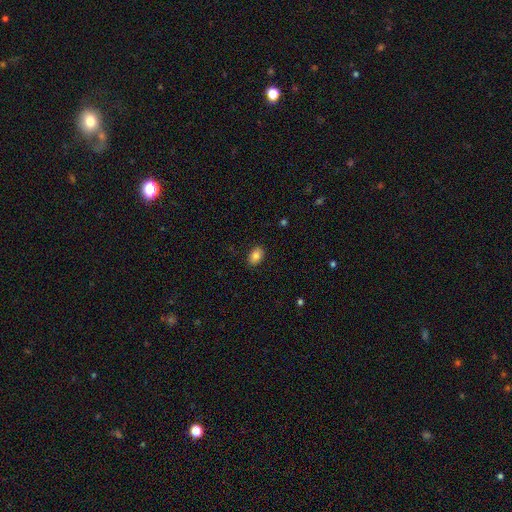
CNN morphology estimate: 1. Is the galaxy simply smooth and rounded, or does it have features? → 84% smooth, 8% star or artifact, 7% featured or disk.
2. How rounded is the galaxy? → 85% in between, 14% round, 1% cigar-shaped.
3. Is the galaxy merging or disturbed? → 88% none, 9% minor disturbance, 2% major disturbance, 1% merger.